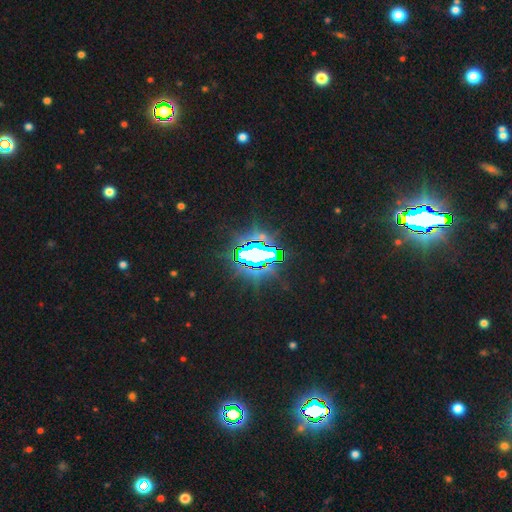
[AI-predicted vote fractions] This is likely a star or artifact rather than a galaxy (78%).